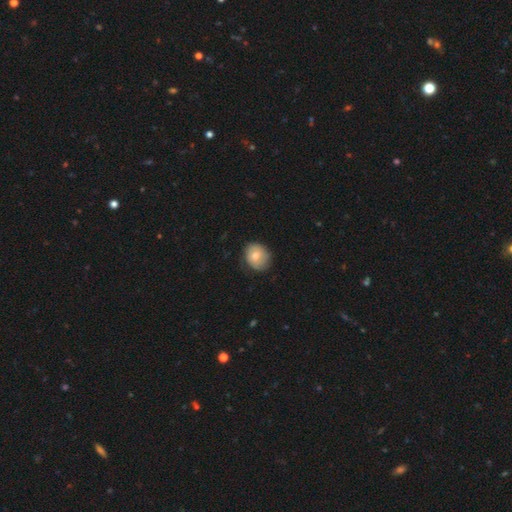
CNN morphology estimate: type=smooth (68%); roundness=round (66%); merging=none (70%).